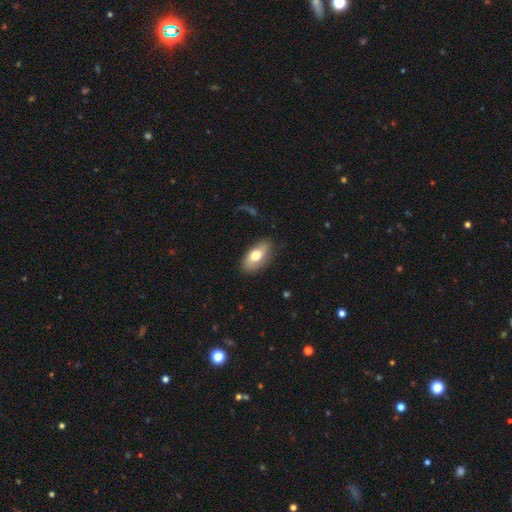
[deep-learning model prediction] This appears to be a smooth galaxy with no disk features (66%) that is in between round and cigar-shaped (89%). Merging: none (80%).